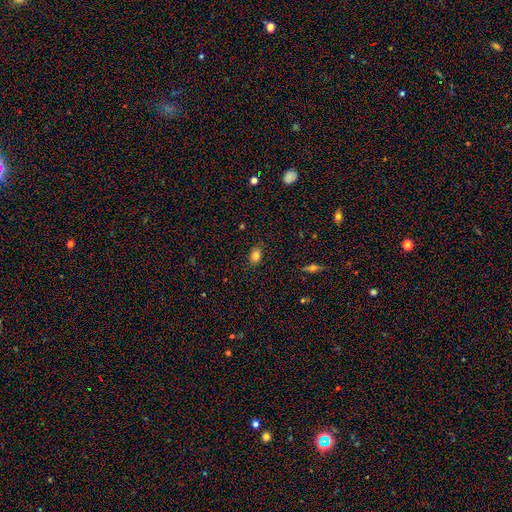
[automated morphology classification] type=smooth (81%); roundness=in between (70%); merging=none (85%).